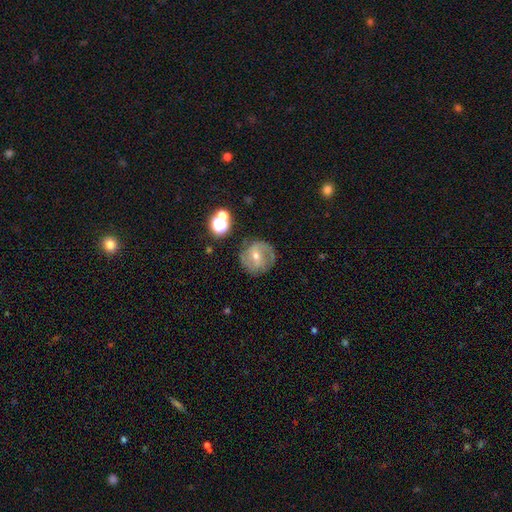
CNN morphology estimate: featured or disk 79%, smooth 12%, star or artifact 9%. Down the decision tree: edge-on disk — no (97%); bar — weak (46%); spiral arms — yes (94%); spiral arm count — 2 (72%); spiral winding — medium (46%); bulge size — small (53%); merging — none (80%).